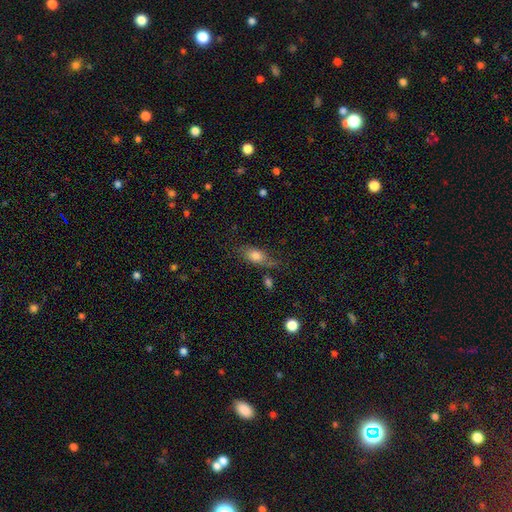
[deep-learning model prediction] Morphology: type=smooth (75%); roundness=in between (80%); merging=none (58%).